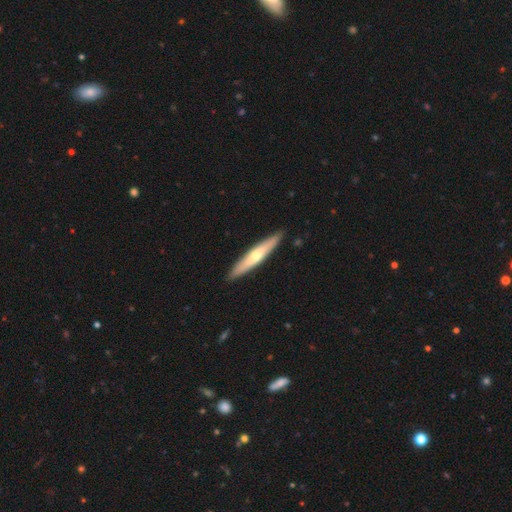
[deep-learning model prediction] Smooth or featured: smooth — 49% (featured or disk — 46%)
Merging: none — 91% (minor disturbance — 7%)